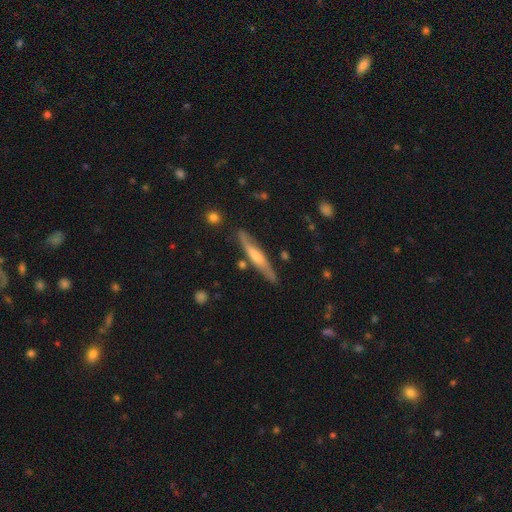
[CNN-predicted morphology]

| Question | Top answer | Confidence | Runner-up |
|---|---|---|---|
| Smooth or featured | featured or disk | 55% | smooth (39%) |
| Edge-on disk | yes | 86% | no (14%) |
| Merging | none | 80% | minor disturbance (13%) |